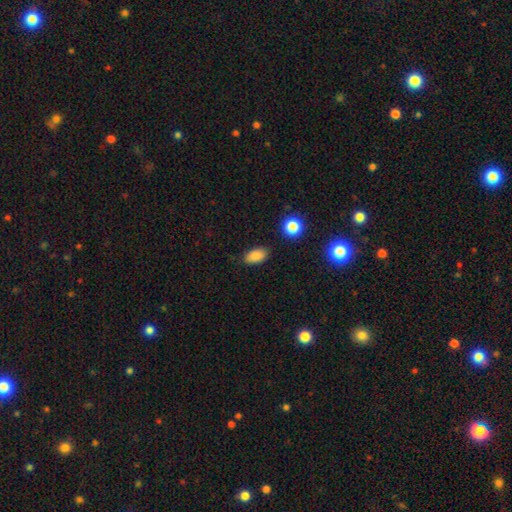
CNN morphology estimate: Smooth or featured? Predicted: smooth (p=0.85). How rounded? Predicted: in between (p=0.91). Merging? Predicted: none (p=0.84).